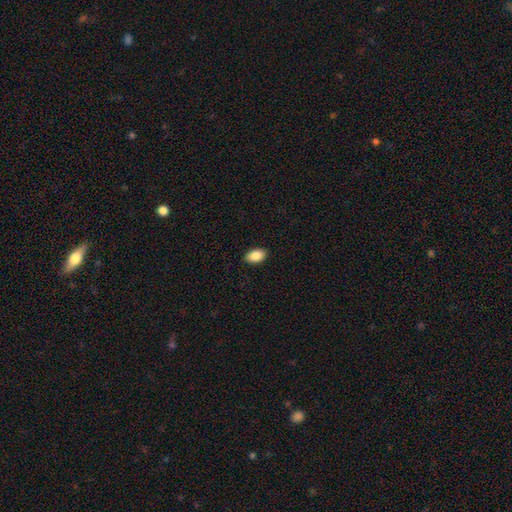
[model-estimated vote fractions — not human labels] Overall: smooth (88%). How rounded: in between (92%). Merging: none (89%).